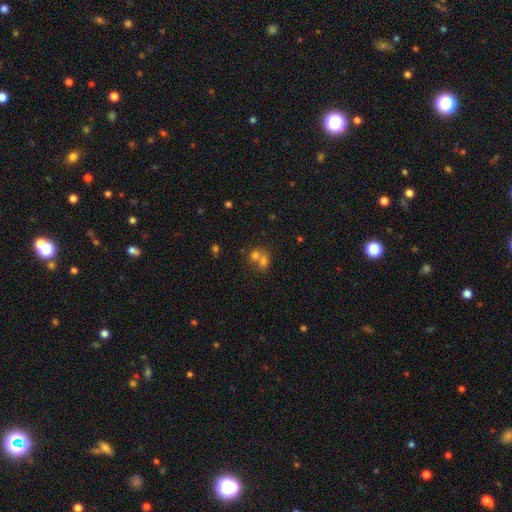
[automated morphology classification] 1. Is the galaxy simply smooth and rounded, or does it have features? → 68% smooth, 17% featured or disk, 16% star or artifact.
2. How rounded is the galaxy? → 59% round, 40% in between, 1% cigar-shaped.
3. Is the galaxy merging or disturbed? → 63% merger, 28% none, 6% minor disturbance, 4% major disturbance.